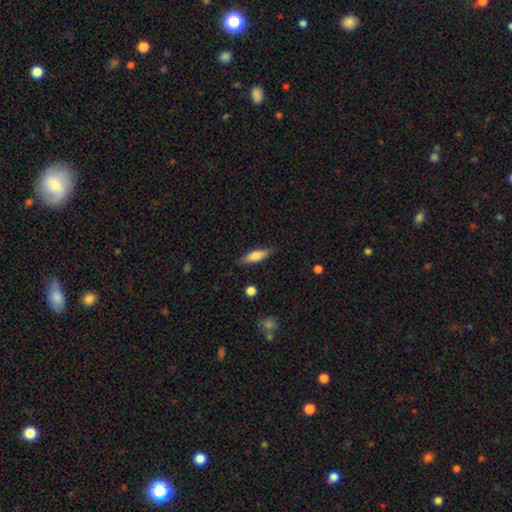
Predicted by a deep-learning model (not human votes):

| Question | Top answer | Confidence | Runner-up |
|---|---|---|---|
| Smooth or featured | smooth | 66% | featured or disk (27%) |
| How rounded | cigar-shaped | 55% | in between (43%) |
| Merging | none | 84% | minor disturbance (12%) |